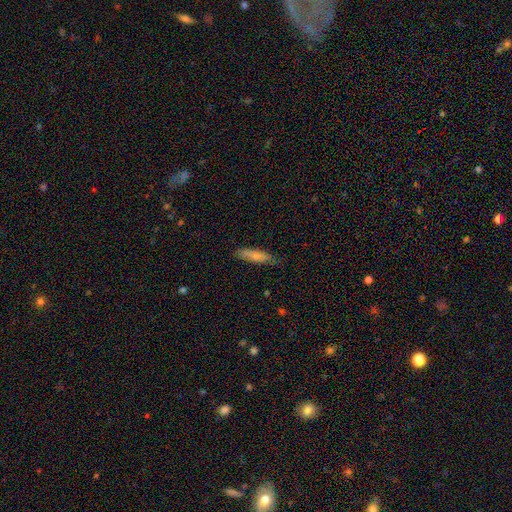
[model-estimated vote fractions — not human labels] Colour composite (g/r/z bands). It shows a smooth galaxy with no disk features (76%) that is cigar-shaped (73%). Merging: none (80%).